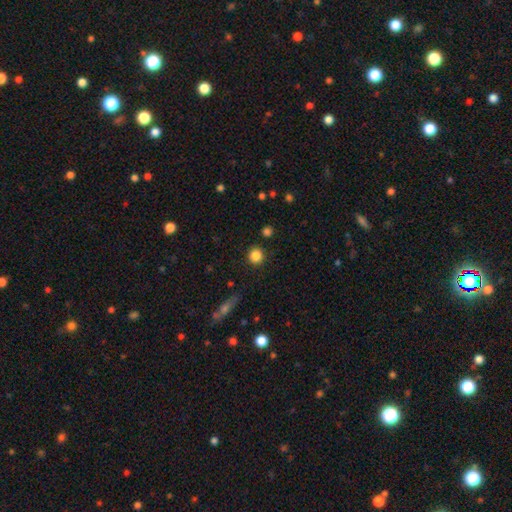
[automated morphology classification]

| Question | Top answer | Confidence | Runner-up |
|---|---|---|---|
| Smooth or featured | smooth | 85% | star or artifact (11%) |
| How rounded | round | 93% | in between (6%) |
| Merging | none | 89% | minor disturbance (6%) |